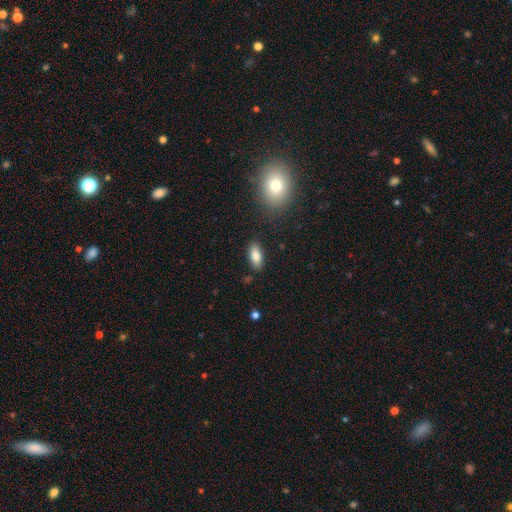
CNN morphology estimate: This is clearly a smooth galaxy (82%). How rounded: clearly in between (87%). Merging: clearly none (85%).